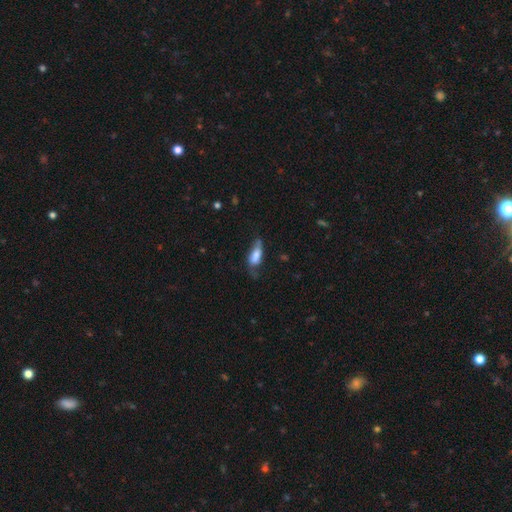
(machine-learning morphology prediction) The model was most divided on "merging": none: 41%, minor disturbance: 35%, major disturbance: 22%, merger: 3%. More confident: how rounded — in between (73%); smooth or featured — smooth (68%).